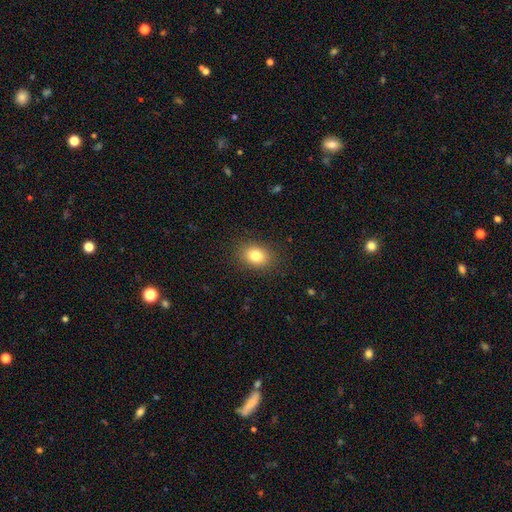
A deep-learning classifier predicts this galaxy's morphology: smooth_or_featured: smooth (p=0.81) [alt: star or artifact p=0.10]
how_rounded: in between (p=0.67) [alt: round p=0.32]
merging: none (p=0.87) [alt: minor disturbance p=0.09]